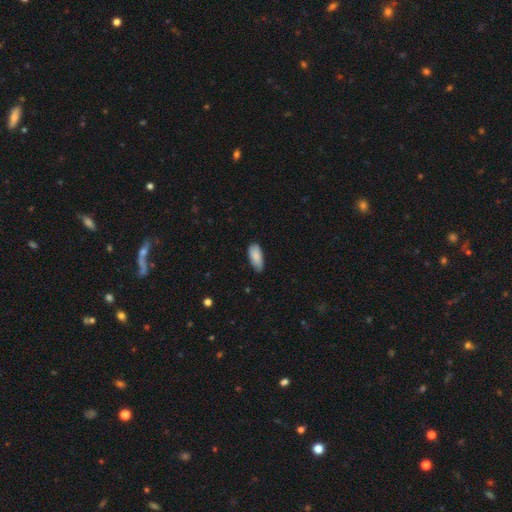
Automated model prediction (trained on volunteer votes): The model was most divided on "merging": none: 73%, minor disturbance: 23%, major disturbance: 3%, merger: 1%. More confident: smooth or featured — smooth (86%); how rounded — in between (85%).